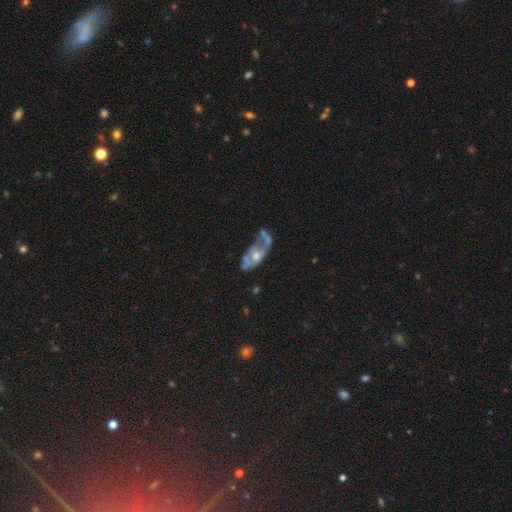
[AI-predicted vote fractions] smooth-or-featured: featured or disk: 69% | smooth: 22% | star or artifact: 9%
  disk-edge-on: no: 90% | yes: 10%
    bar: no: 79% | weak: 17% | strong: 4%
    has-spiral-arms: no: 54% | yes: 46%
    bulge-size: moderate: 53% | small: 34% | none: 6% | large: 5% | dominant: 2%
  merging: major disturbance: 33% | none: 29% | minor disturbance: 21% | merger: 17%